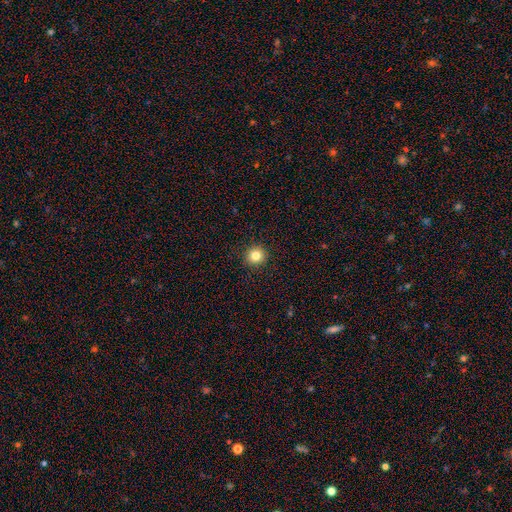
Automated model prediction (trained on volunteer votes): Overall: smooth (82%). How rounded: round (92%). Merging: none (93%).